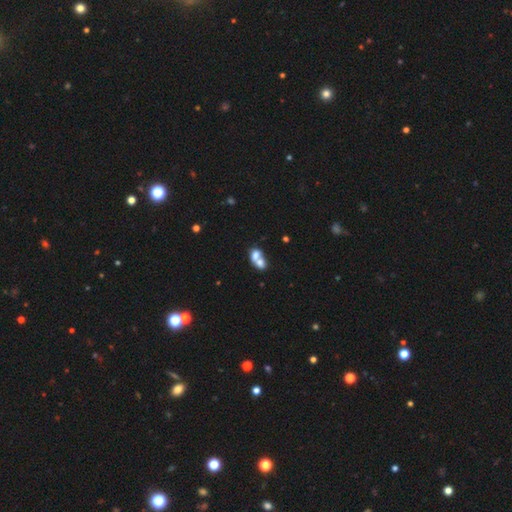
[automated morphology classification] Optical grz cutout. It shows a smooth galaxy with no disk features (67%) that is in between round and cigar-shaped (66%). Merging: merger (73%).